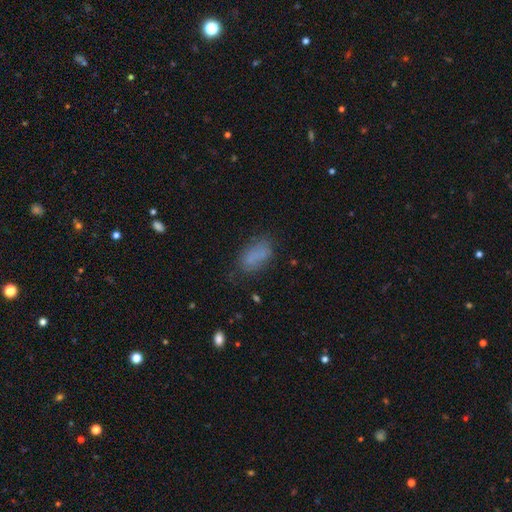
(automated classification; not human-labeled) The model was most divided on "merging": none: 65%, minor disturbance: 22%, major disturbance: 10%, merger: 3%. More confident: how rounded — in between (88%); smooth or featured — smooth (77%).